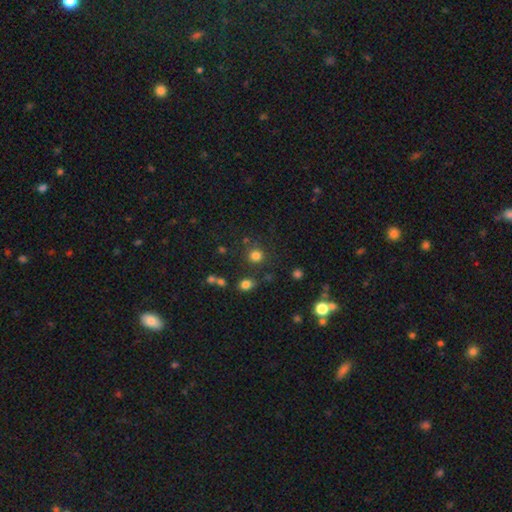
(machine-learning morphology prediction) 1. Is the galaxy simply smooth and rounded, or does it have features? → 78% smooth, 16% star or artifact, 5% featured or disk.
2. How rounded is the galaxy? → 89% round, 10% in between, 1% cigar-shaped.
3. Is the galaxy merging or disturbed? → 79% none, 10% minor disturbance, 7% merger, 4% major disturbance.